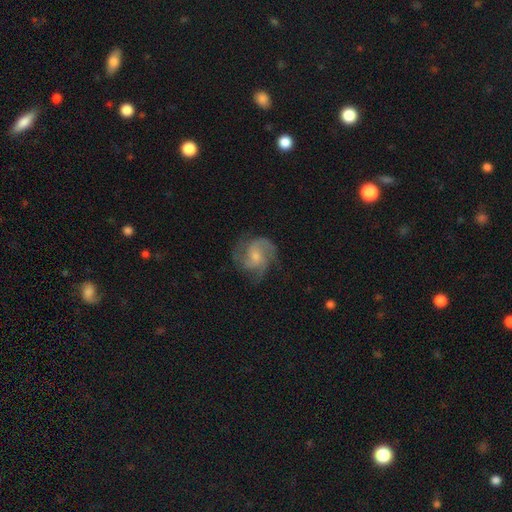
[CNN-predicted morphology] The model was most divided on "bulge size": small: 50%, moderate: 41%, none: 6%, large: 3%, dominant: 1%. More confident: edge-on disk — no (98%); spiral arms — yes (96%); smooth or featured — featured or disk (81%); merging — none (69%); bar — no (61%); spiral winding — medium (53%); spiral arm count — 3 (51%).